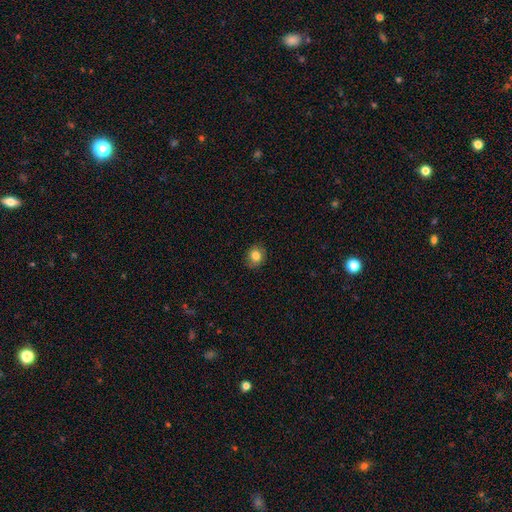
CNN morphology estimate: This is clearly a smooth galaxy (82%). How rounded: likely round (74%). Merging: clearly none (86%).